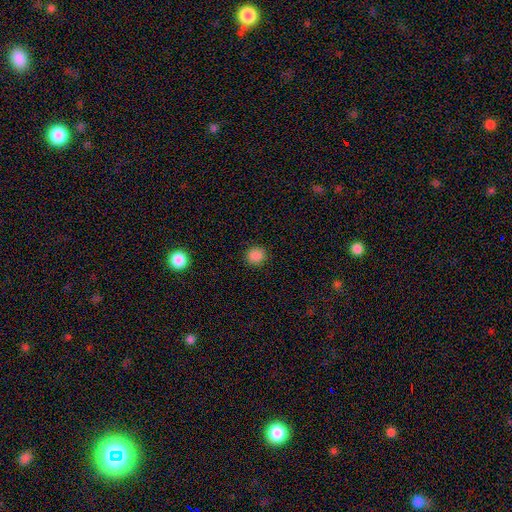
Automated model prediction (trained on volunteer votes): Q: Smooth or featured?
A: smooth (86%); runner-up: star or artifact (11%)
Q: How rounded?
A: round (89%); runner-up: in between (10%)
Q: Merging?
A: none (91%); runner-up: minor disturbance (6%)